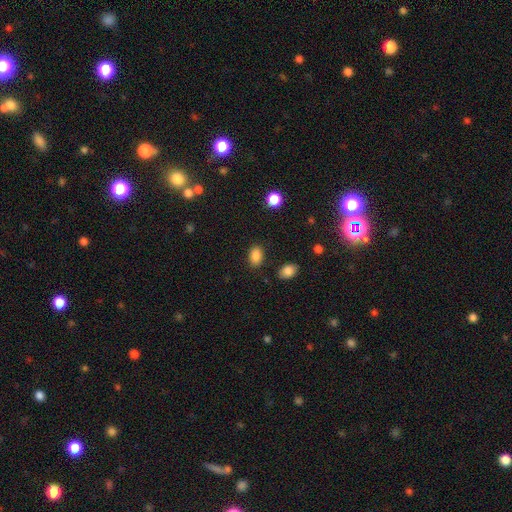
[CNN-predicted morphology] This is clearly a smooth galaxy (87%). How rounded: clearly in between (85%). Merging: clearly none (84%).